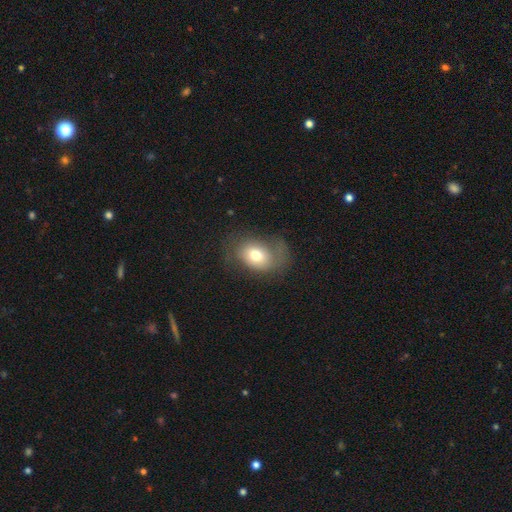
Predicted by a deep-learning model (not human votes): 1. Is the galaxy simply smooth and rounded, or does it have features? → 68% smooth, 22% featured or disk, 10% star or artifact.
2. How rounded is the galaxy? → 69% in between, 30% round, 1% cigar-shaped.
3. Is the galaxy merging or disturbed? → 50% none, 25% minor disturbance, 22% major disturbance, 2% merger.